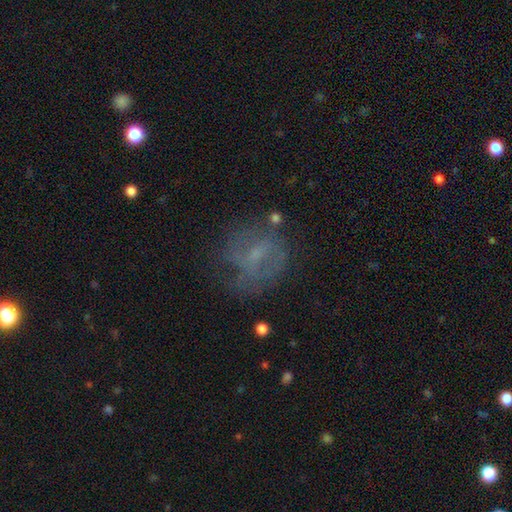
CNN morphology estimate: Overall: featured or disk (51%; smooth 34%). Edge-on disk: no (97%). Merging: none (56%; minor disturbance 21%).